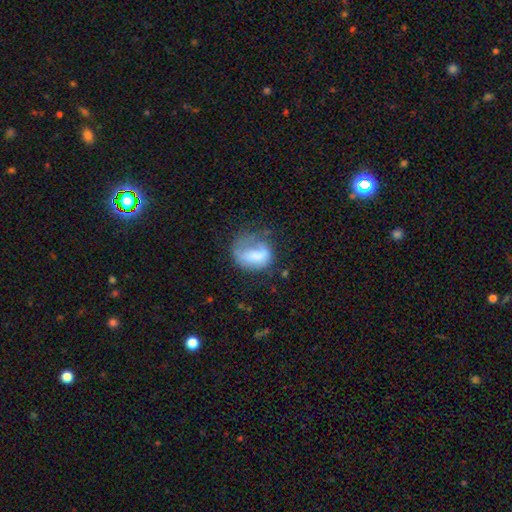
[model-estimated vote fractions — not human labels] A smooth galaxy with no disk features (63%) that is in between round and cigar-shaped (58%).

Vote fractions:
- Smooth or featured? smooth: 63% / featured or disk: 28% / star or artifact: 9%
- How rounded? in between: 58% / round: 41% / cigar-shaped: 2%
- Merging? major disturbance: 39% / none: 30% / minor disturbance: 27% / merger: 4%